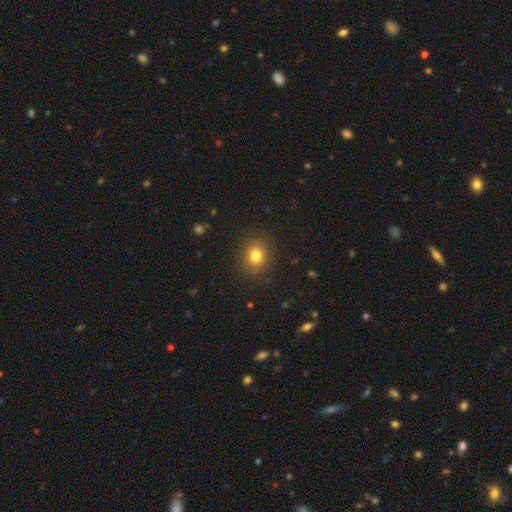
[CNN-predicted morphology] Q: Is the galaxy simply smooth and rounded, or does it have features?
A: smooth — 81%.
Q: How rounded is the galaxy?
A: round — 71%.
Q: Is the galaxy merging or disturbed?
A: none — 88%.